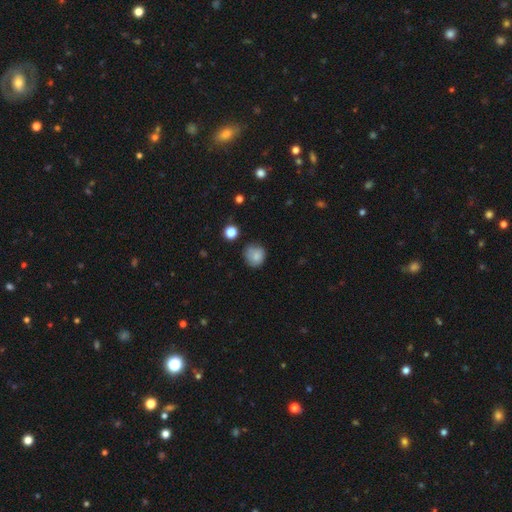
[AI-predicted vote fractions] This is clearly a smooth galaxy (80%). How rounded: clearly round (86%). Merging: likely none (67%).